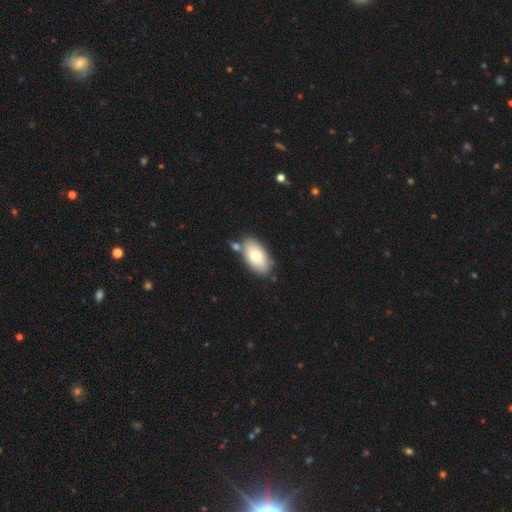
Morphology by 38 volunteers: Smooth or featured: smooth — 63% (featured or disk — 29%)
How rounded: in between — 100%
Merging: none — 49% (merger — 26%)